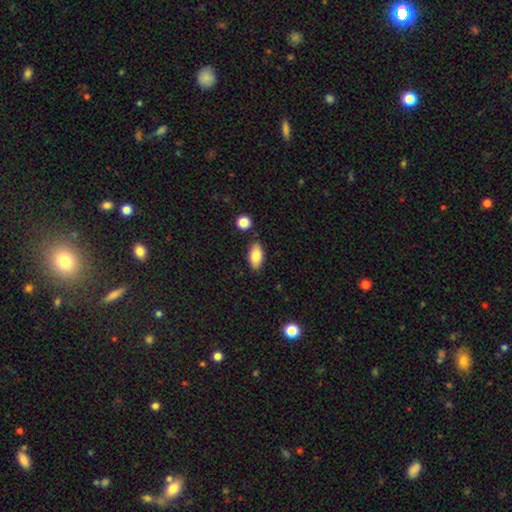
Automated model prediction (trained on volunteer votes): A smooth galaxy with no disk features (83%) that is in between round and cigar-shaped (91%).

Vote fractions:
- Smooth or featured? smooth: 83% / featured or disk: 10% / star or artifact: 7%
- How rounded? in between: 91% / cigar-shaped: 6% / round: 4%
- Merging? none: 83% / minor disturbance: 11% / merger: 4% / major disturbance: 2%